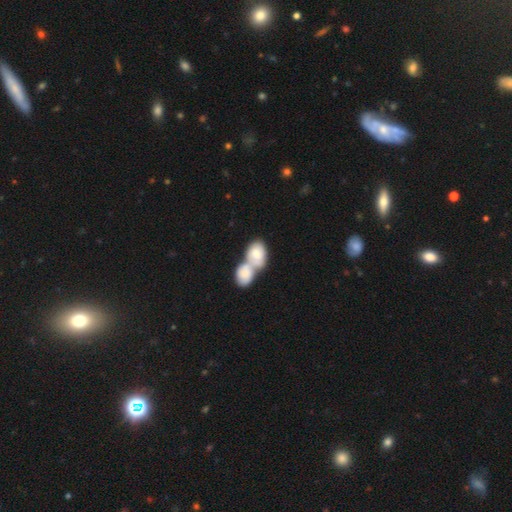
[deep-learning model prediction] smooth 72%, featured or disk 22%, star or artifact 6%. Down the decision tree: how rounded — in between (83%); merging — merger (83%).